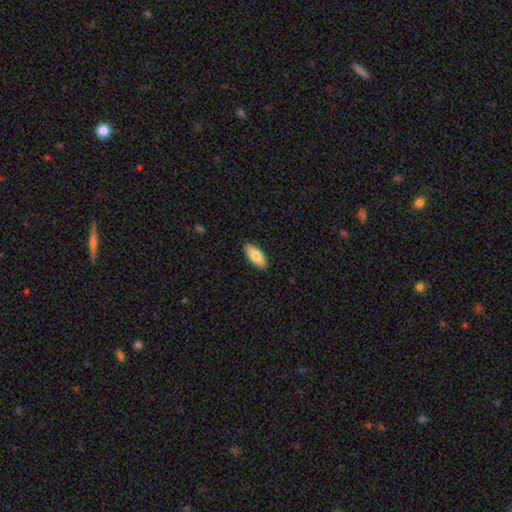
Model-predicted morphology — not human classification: This appears to be a smooth galaxy with no disk features (79%) that is in between round and cigar-shaped (81%). Merging: none (90%).